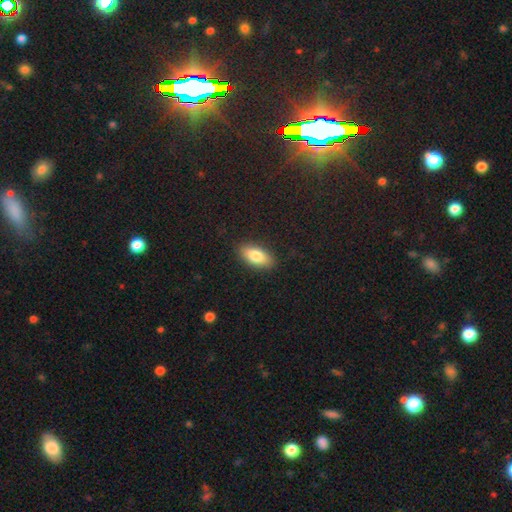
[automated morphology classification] Smooth or featured? Predicted: smooth (p=0.82). How rounded? Predicted: in between (p=0.88). Merging? Predicted: none (p=0.88).